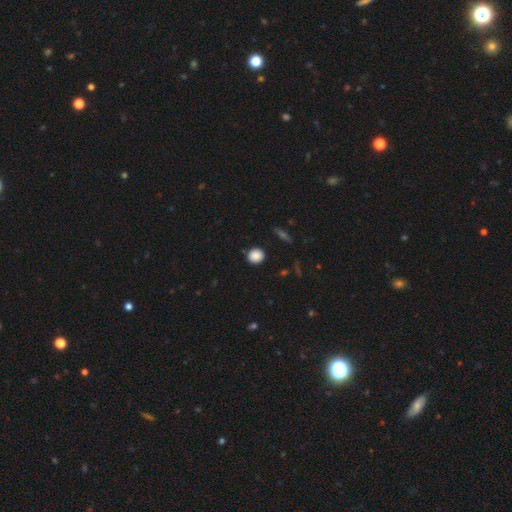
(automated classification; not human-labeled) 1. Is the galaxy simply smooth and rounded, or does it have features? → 87% smooth, 9% star or artifact, 4% featured or disk.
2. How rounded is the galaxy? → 90% round, 8% in between, 1% cigar-shaped.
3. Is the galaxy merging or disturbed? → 90% none, 7% minor disturbance, 2% major disturbance, 1% merger.